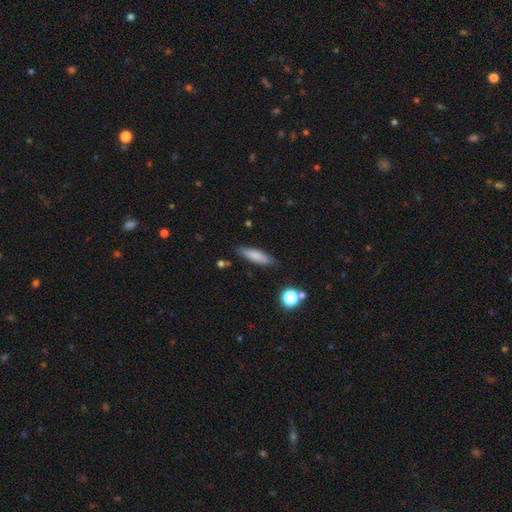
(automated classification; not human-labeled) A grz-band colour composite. It shows a smooth galaxy with no disk features (79%) that is cigar-shaped (64%). Merging: none (83%).